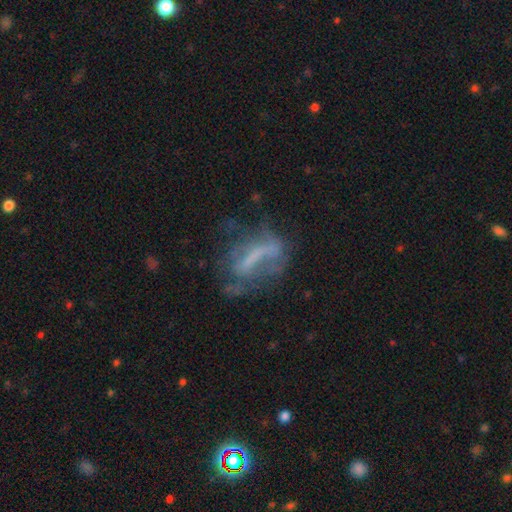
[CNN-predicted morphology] type=featured or disk (58%); edge-on=no (87%); bar=strong (41%); spiral arms=no (64%); bulge=none (59%); merging=none (40%).